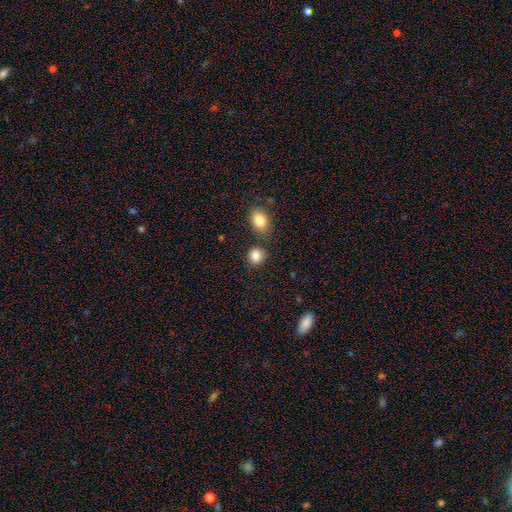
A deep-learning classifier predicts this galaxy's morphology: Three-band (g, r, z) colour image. It shows a smooth galaxy with no disk features (85%) that is round (80%). Merging: none (76%).